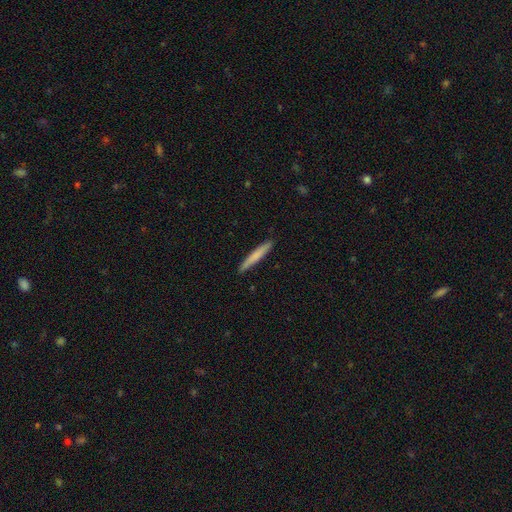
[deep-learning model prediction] Smooth or featured? Predicted: smooth (p=0.71). How rounded? Predicted: cigar-shaped (p=0.96). Merging? Predicted: none (p=0.91).